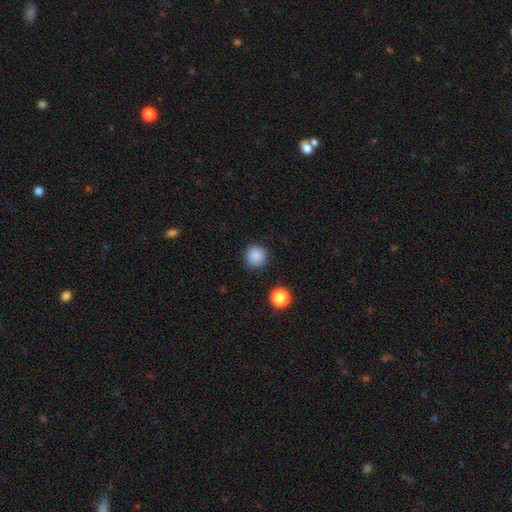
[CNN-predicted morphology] smooth_or_featured: smooth (p=0.87) [alt: star or artifact p=0.10]
how_rounded: round (p=0.95) [alt: in between p=0.04]
merging: none (p=0.90) [alt: minor disturbance p=0.07]